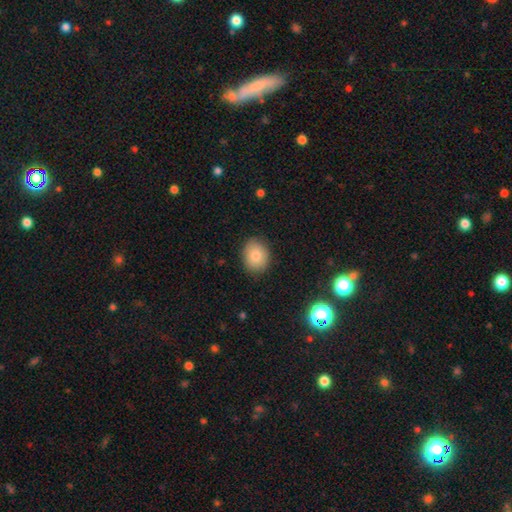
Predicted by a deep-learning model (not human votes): Smooth or featured? Predicted: smooth (p=0.82). How rounded? Predicted: round (p=0.52). Merging? Predicted: none (p=0.86).